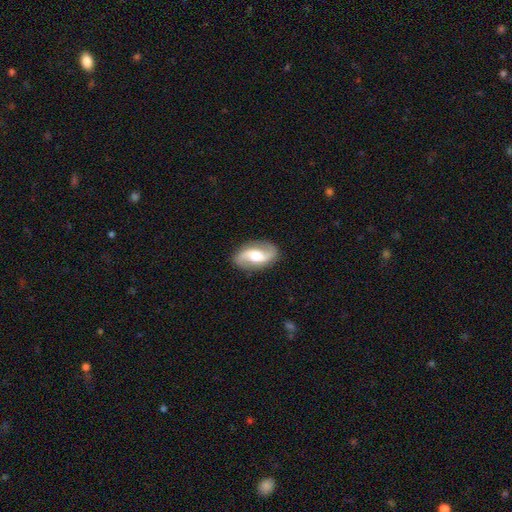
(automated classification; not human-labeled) smooth_or_featured: featured or disk (p=0.80) [alt: smooth p=0.15]
disk_edge_on: no (p=0.96) [alt: yes p=0.04]
bar: no (p=0.40) [tied with: weak p=0.40]
has_spiral_arms: yes (p=0.94) [alt: no p=0.06]
spiral_winding: loose (p=0.59) [alt: medium p=0.31]
spiral_arm_count: 2 (p=0.93) [alt: can't tell p=0.02]
bulge_size: moderate (p=0.61) [alt: large p=0.19]
merging: none (p=0.86) [alt: minor disturbance p=0.10]